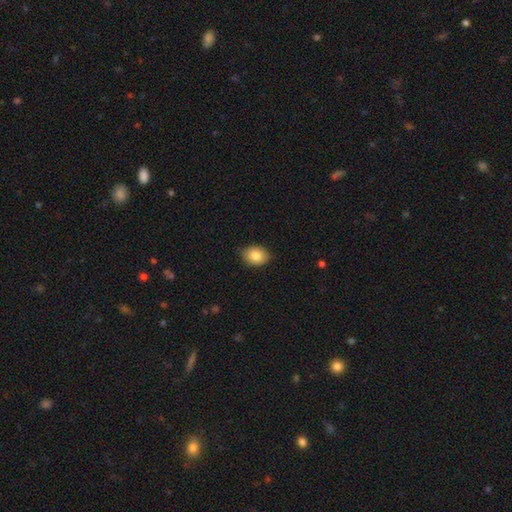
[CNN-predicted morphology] smooth-or-featured: smooth: 84% | star or artifact: 8% | featured or disk: 8%
  how-rounded: in between: 65% | round: 34% | cigar-shaped: 1%
  merging: none: 84% | minor disturbance: 13% | major disturbance: 2% | merger: 1%